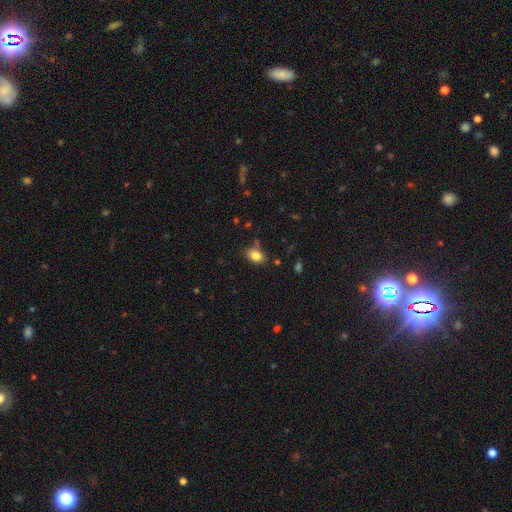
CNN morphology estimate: Smooth or featured: smooth — 83% (star or artifact — 10%)
How rounded: in between — 72% (round — 27%)
Merging: none — 73% (minor disturbance — 17%)